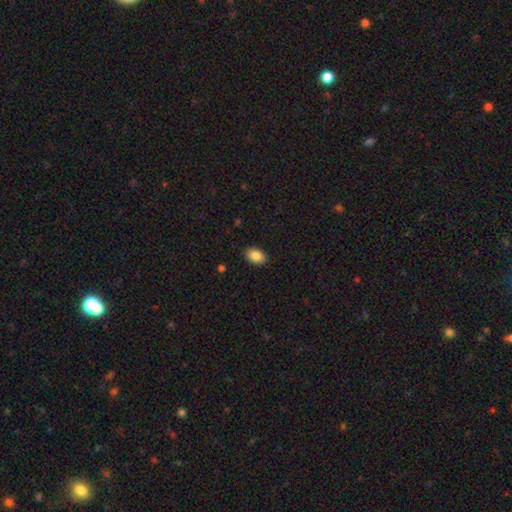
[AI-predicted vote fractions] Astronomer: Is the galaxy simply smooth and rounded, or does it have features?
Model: smooth — 87%.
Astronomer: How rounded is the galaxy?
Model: in between — 89%.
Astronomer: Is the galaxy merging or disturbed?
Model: none — 89%.